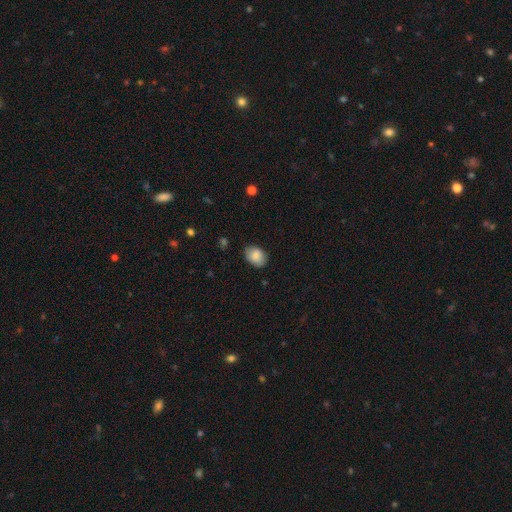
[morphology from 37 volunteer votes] This is clearly a smooth galaxy (86%). How rounded: likely in between (72%). Merging: clearly none (91%).